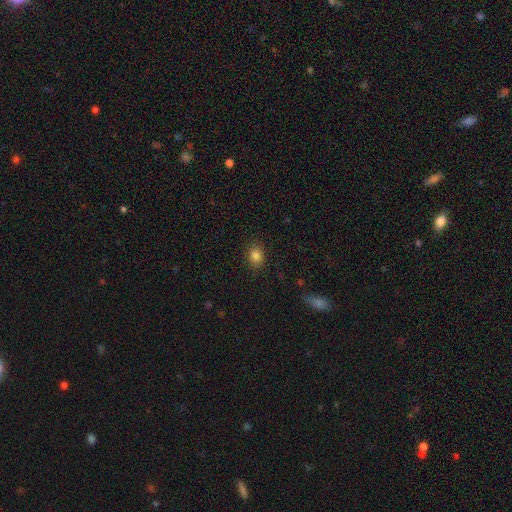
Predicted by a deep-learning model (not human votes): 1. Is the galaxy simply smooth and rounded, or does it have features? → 83% smooth, 12% star or artifact, 6% featured or disk.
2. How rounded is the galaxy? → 52% in between, 47% round, 1% cigar-shaped.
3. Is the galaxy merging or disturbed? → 87% none, 9% minor disturbance, 3% major disturbance, 1% merger.